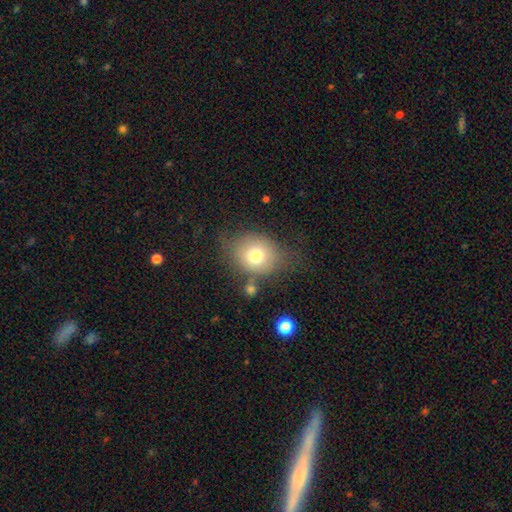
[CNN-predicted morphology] A smooth galaxy with no disk features (72%) that is round (68%).

Vote fractions:
- Smooth or featured? smooth: 72% / featured or disk: 17% / star or artifact: 12%
- How rounded? round: 68% / in between: 31% / cigar-shaped: 1%
- Merging? none: 60% / minor disturbance: 22% / major disturbance: 12% / merger: 6%